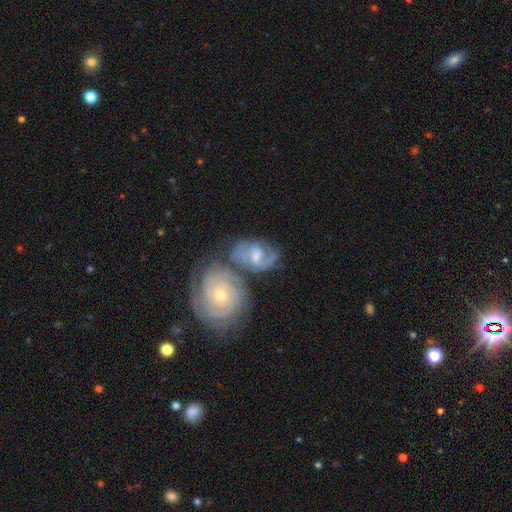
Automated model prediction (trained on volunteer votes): Smooth or featured?
  - featured or disk: 82% *
  - smooth: 13%
  - star or artifact: 5%
Edge-on disk?
  - no: 97% *
  - yes: 3%
Bar?
  - weak: 49% *
  - no: 39%
  - strong: 12%
Spiral arms?
  - yes: 94% *
  - no: 6%
Spiral winding?
  - tight: 49% *
  - medium: 40%
  - loose: 11%
Spiral arm count?
  - 2: 52% *
  - can't tell: 21%
  - 3: 14%
  - 1: 5%
  - 4: 4%
  - more than 4: 3%
Bulge size?
  - moderate: 48% *
  - small: 41%
  - large: 5%
  - none: 5%
  - dominant: 1%
Merging?
  - merger: 43% *
  - none: 35%
  - minor disturbance: 14%
  - major disturbance: 8%